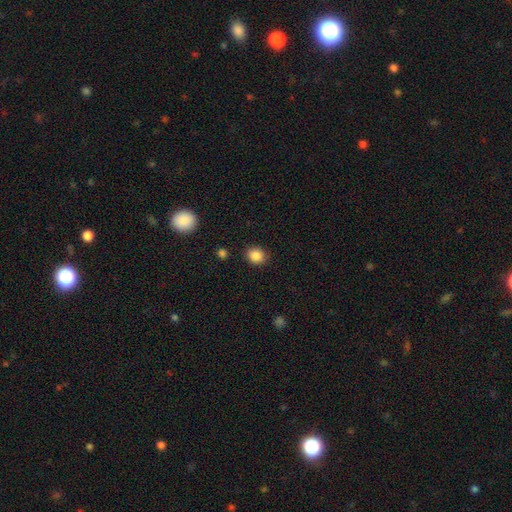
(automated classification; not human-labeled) smooth_or_featured: smooth (p=0.86) [alt: star or artifact p=0.10]
how_rounded: round (p=0.72) [alt: in between p=0.27]
merging: none (p=0.88) [alt: minor disturbance p=0.08]